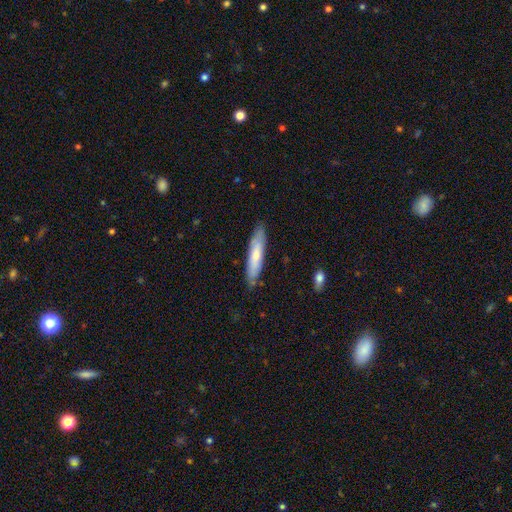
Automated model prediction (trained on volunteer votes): smooth_or_featured: smooth (p=0.64) [alt: featured or disk p=0.31]
how_rounded: cigar-shaped (p=0.80) [alt: in between p=0.19]
merging: none (p=0.82) [alt: minor disturbance p=0.14]